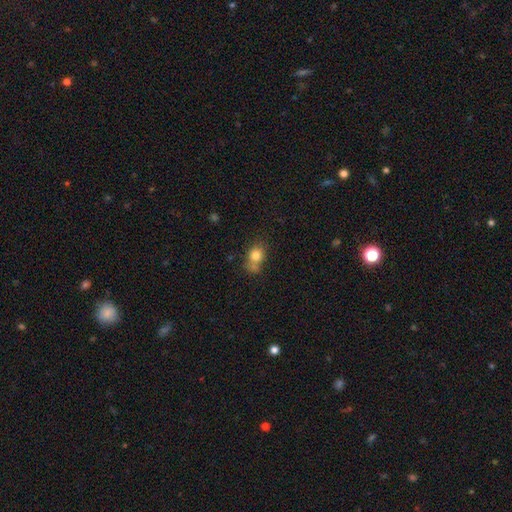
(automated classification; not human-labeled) Morphology: type=smooth (79%); roundness=round (50%); merging=none (47%).